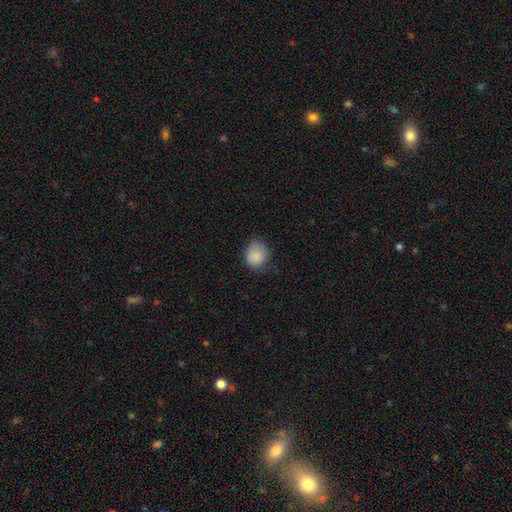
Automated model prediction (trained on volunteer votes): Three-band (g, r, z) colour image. It shows a smooth galaxy with no disk features (86%) that is round (74%). Merging: none (68%).